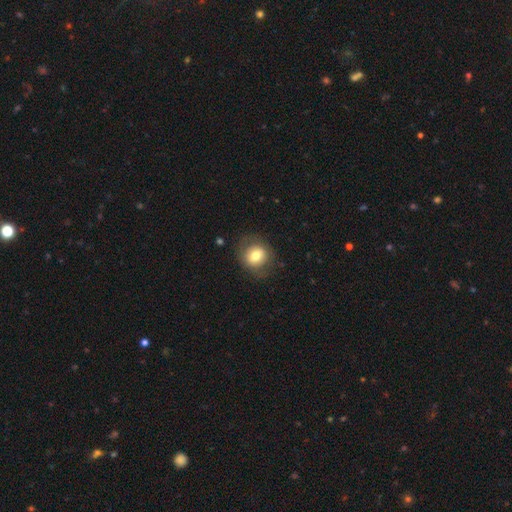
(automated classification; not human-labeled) A smooth galaxy with no disk features (73%) that is round (78%).

Vote fractions:
- Smooth or featured? smooth: 73% / featured or disk: 18% / star or artifact: 9%
- How rounded? round: 78% / in between: 21% / cigar-shaped: 1%
- Merging? none: 79% / minor disturbance: 14% / major disturbance: 6% / merger: 1%